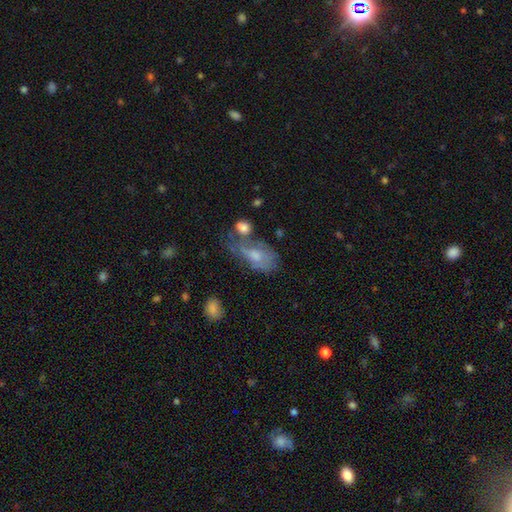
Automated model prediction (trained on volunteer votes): Smooth or featured?
  - smooth: 50% *
  - featured or disk: 41%
  - star or artifact: 9%
Merging?
  - major disturbance: 28% *
  - none: 27%
  - minor disturbance: 26%
  - merger: 19%